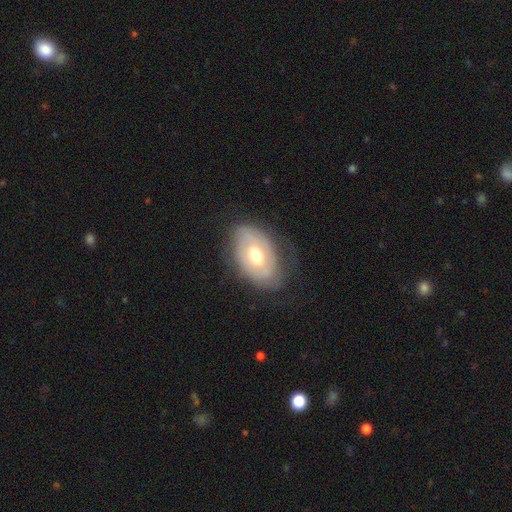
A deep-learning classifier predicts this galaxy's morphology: This is likely a featured or disk galaxy (62%). It is clearly not viewed edge-on (93%). Bar: likely no (60%). Spiral arm pattern: possibly yes (55%). Central bulge: likely moderate (74%). Merging: likely none (70%).